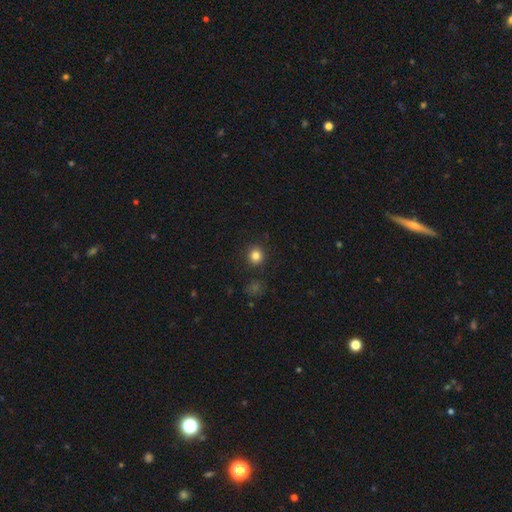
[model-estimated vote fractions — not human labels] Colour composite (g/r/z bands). It shows a smooth galaxy with no disk features (83%) that is round (93%). Merging: none (90%).